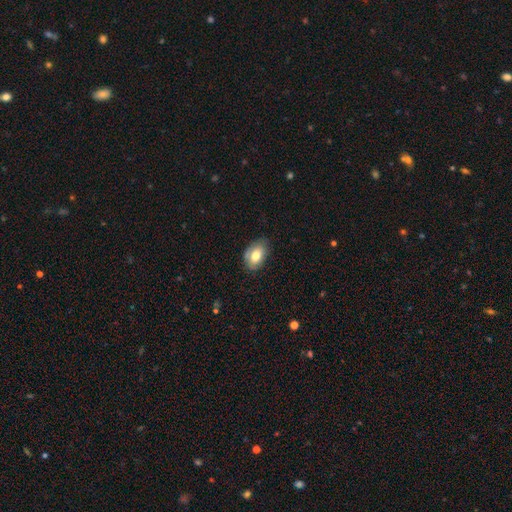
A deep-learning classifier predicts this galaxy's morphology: smooth-or-featured: smooth: 74% | featured or disk: 18% | star or artifact: 7%
  how-rounded: in between: 87% | round: 12% | cigar-shaped: 1%
  merging: none: 71% | minor disturbance: 23% | major disturbance: 5% | merger: 1%